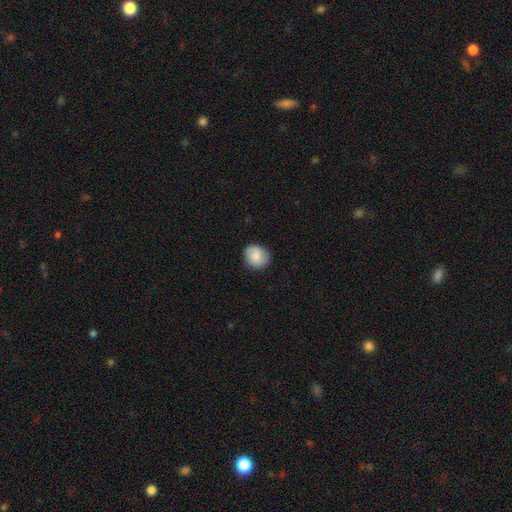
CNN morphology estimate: smooth 80%, featured or disk 13%, star or artifact 7%. Down the decision tree: how rounded — round (77%); merging — none (84%).